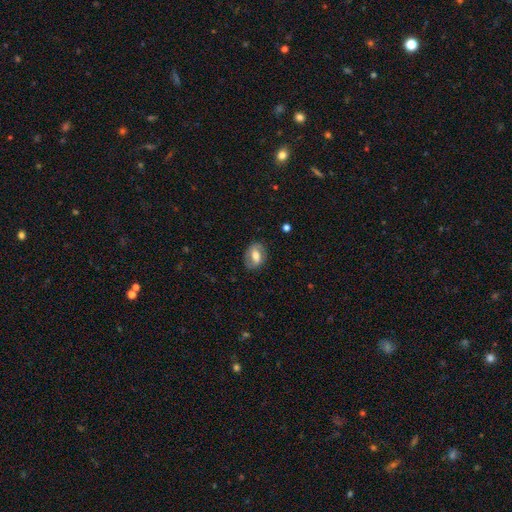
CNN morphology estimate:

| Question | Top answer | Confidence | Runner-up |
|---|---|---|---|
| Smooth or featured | smooth | 55% | featured or disk (37%) |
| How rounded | in between | 78% | round (20%) |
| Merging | none | 78% | minor disturbance (15%) |